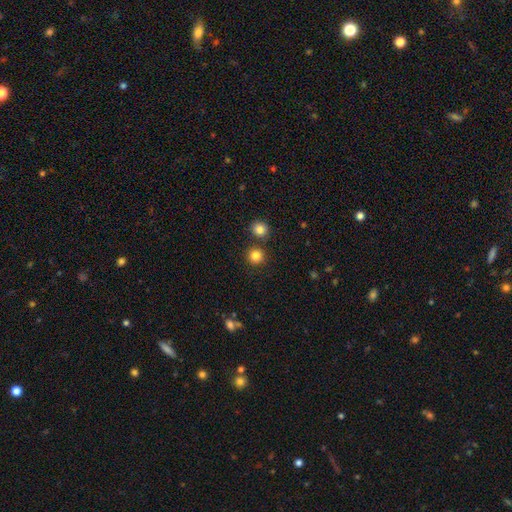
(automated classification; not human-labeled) A smooth galaxy with no disk features (84%) that is round (93%).

Vote fractions:
- Smooth or featured? smooth: 84% / star or artifact: 12% / featured or disk: 4%
- How rounded? round: 93% / in between: 6% / cigar-shaped: 1%
- Merging? none: 82% / merger: 10% / minor disturbance: 6% / major disturbance: 2%